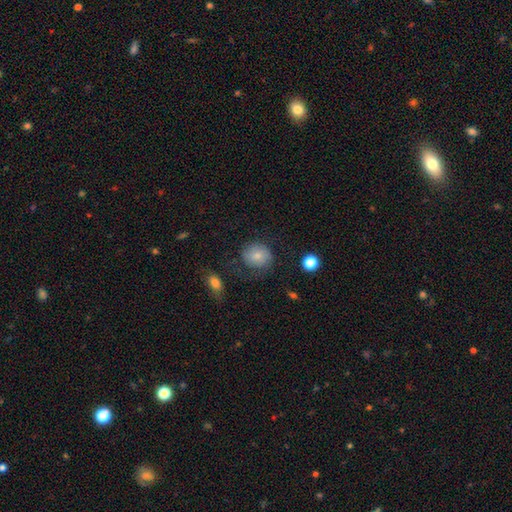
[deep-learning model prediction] Overall: smooth (65%). How rounded: round (75%). Merging: none (64%).